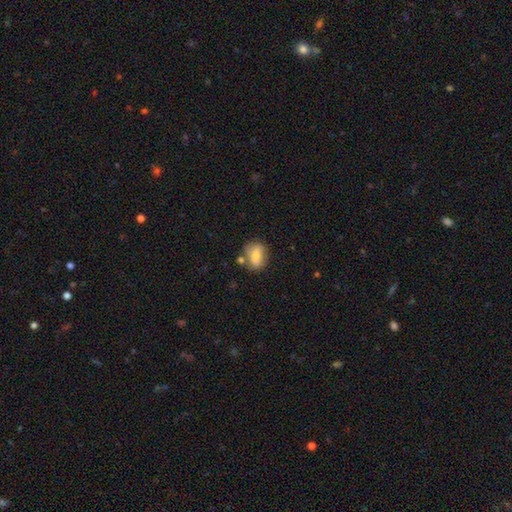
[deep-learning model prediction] Smooth or featured?
  - smooth: 71% *
  - featured or disk: 21%
  - star or artifact: 8%
How rounded?
  - in between: 63% *
  - round: 33%
  - cigar-shaped: 4%
Merging?
  - none: 65% *
  - minor disturbance: 18%
  - merger: 12%
  - major disturbance: 5%